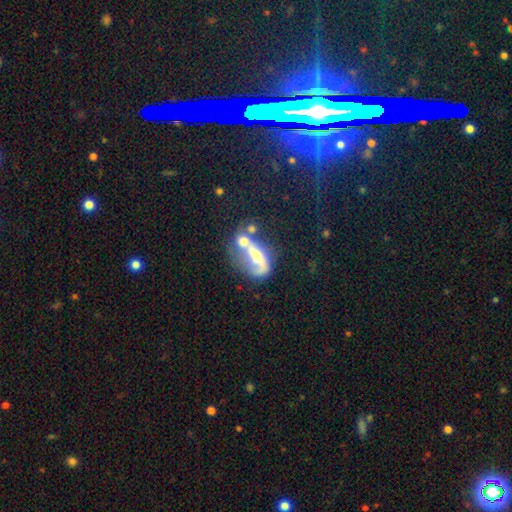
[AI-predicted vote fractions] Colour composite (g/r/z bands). It shows a featured or disk galaxy (54%). Merging: merger (53%).